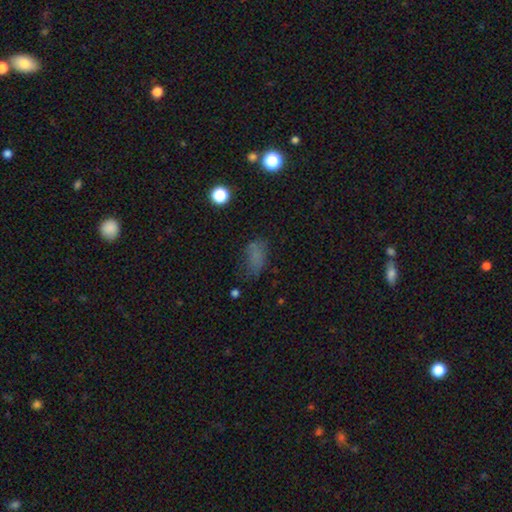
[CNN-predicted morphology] Smooth or featured? Predicted: smooth (p=0.63). How rounded? Predicted: in between (p=0.84). Merging? Predicted: none (p=0.54).